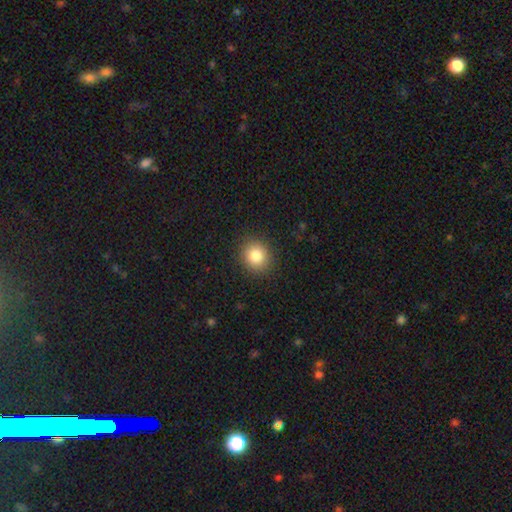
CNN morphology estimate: A smooth galaxy with no disk features (84%) that is round (83%). Merging: none (89%).